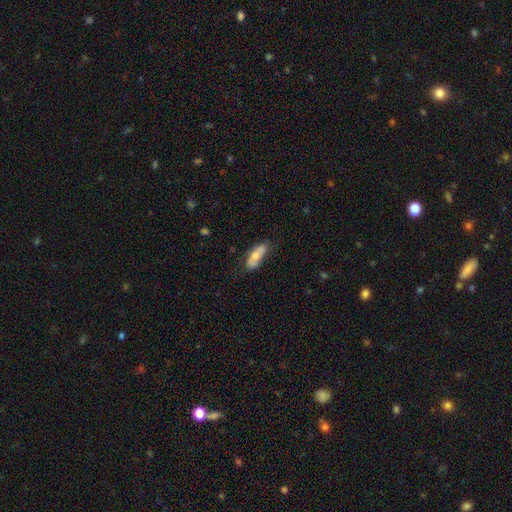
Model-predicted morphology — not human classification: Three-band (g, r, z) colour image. It shows a smooth galaxy with no disk features (64%) that is in between round and cigar-shaped (72%). Merging: none (65%).